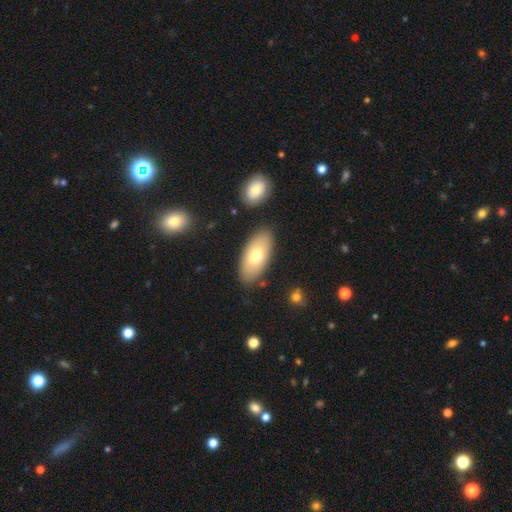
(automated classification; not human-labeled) smooth 68%, featured or disk 25%, star or artifact 6%. Down the decision tree: how rounded — in between (91%); merging — none (84%).